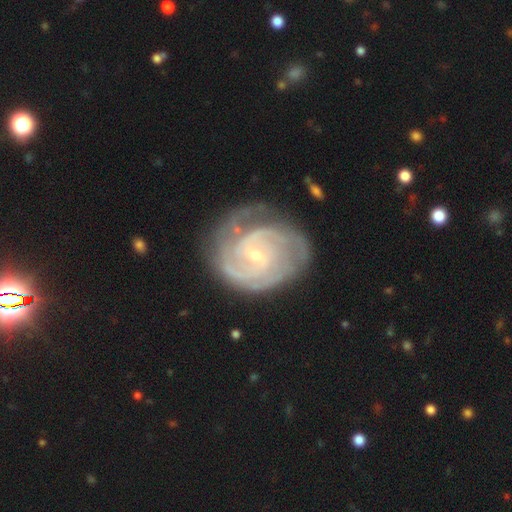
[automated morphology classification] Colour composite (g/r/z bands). It shows a featured or disk galaxy (89%) with a weak bar (51%), 2 (36%) tight (63%) spiral arms (97%) and a small central bulge (76%). Merging: none (66%).